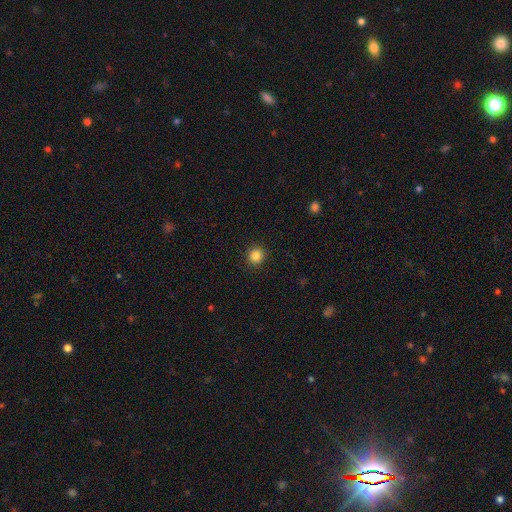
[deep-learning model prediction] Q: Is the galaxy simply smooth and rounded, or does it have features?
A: smooth — 85%.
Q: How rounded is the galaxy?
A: round — 92%.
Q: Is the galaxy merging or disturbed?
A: none — 92%.